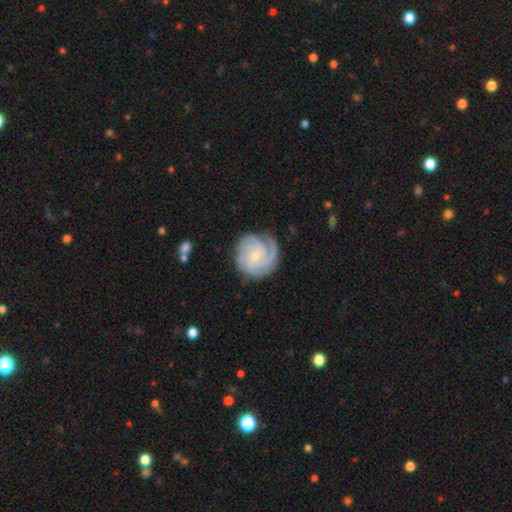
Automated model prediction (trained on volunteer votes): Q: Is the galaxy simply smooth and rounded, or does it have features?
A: featured or disk — 90%.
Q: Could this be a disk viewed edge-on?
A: no — 98%.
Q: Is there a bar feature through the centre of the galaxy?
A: no — 69%.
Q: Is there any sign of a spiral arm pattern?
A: yes — 98%.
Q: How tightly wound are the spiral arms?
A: tight — 77%.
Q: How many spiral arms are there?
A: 3 — 45%.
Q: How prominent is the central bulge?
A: small — 70%.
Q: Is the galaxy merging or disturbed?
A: none — 81%.